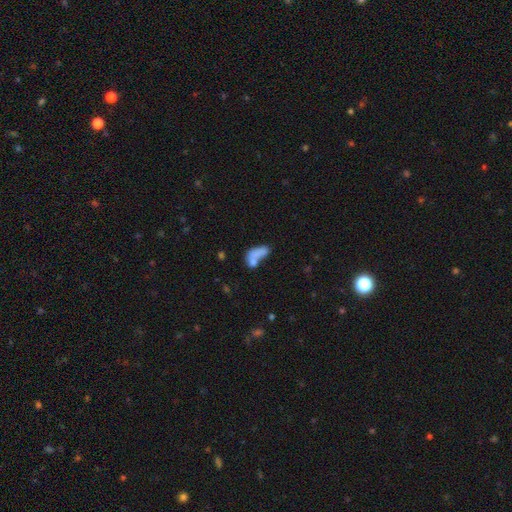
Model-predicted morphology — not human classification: The model was most divided on "merging": merger: 50%, none: 24%, major disturbance: 14%, minor disturbance: 12%. More confident: how rounded — in between (77%); smooth or featured — smooth (72%).